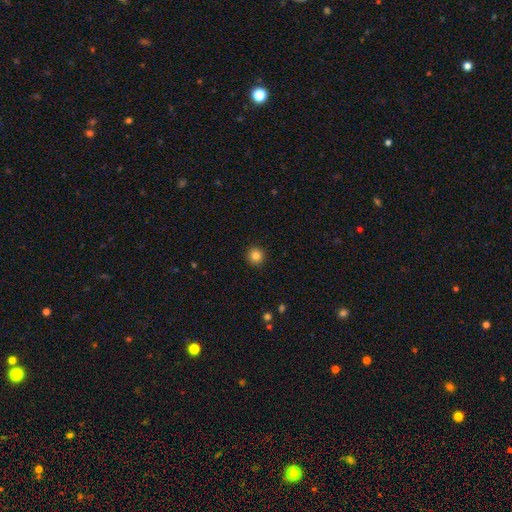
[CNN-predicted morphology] smooth-or-featured: smooth: 84% | star or artifact: 11% | featured or disk: 5%
  how-rounded: round: 95% | in between: 4% | cigar-shaped: 1%
  merging: none: 93% | minor disturbance: 5% | major disturbance: 2% | merger: 1%